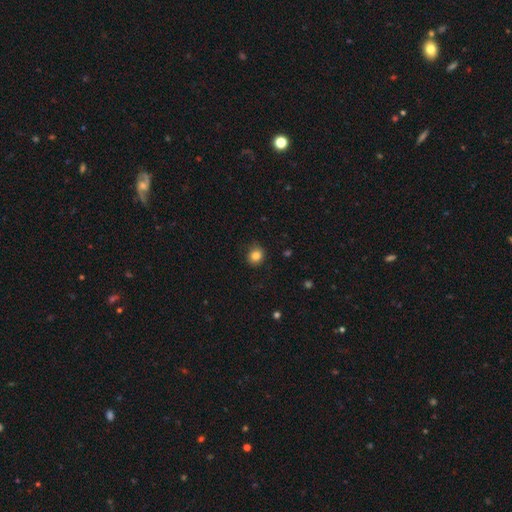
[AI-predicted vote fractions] Smooth or featured: smooth — 84% (star or artifact — 10%)
How rounded: round — 75% (in between — 24%)
Merging: none — 84% (minor disturbance — 12%)